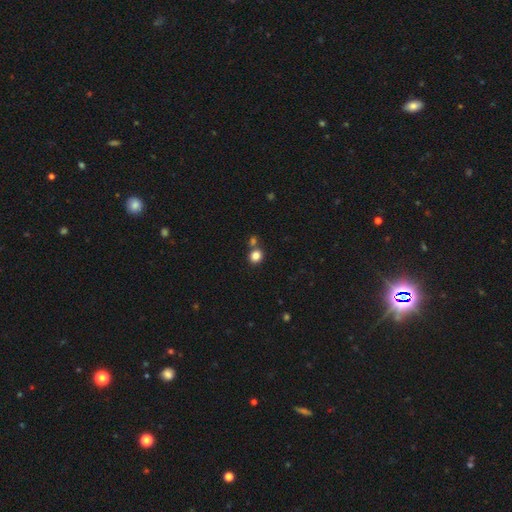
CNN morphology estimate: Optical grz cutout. It shows a smooth galaxy with no disk features (83%) that is round (84%). Merging: none (70%).